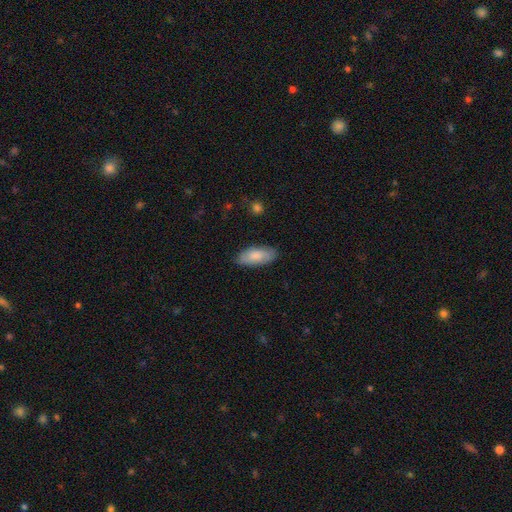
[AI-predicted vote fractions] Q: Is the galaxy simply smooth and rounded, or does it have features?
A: smooth — 80%.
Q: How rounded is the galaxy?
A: in between — 87%.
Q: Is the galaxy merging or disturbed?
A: none — 83%.